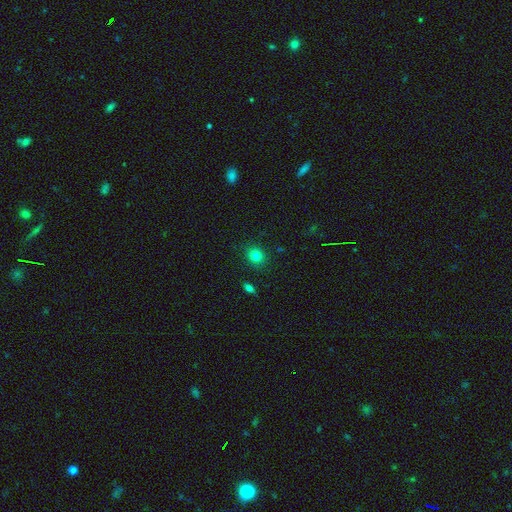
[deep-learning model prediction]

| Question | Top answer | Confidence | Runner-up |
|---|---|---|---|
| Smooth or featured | smooth | 80% | star or artifact (13%) |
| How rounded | round | 75% | in between (24%) |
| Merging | none | 88% | minor disturbance (8%) |